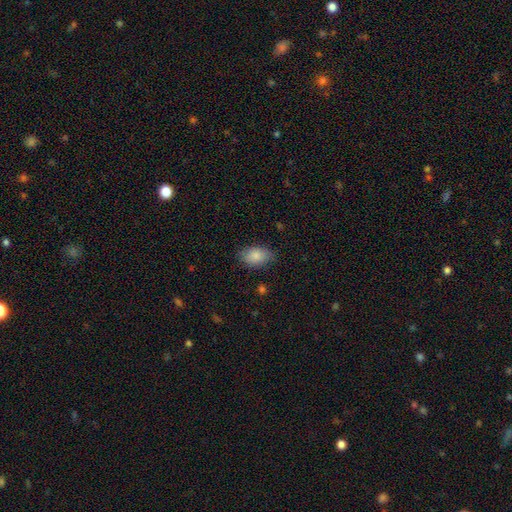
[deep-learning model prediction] Smooth or featured? smooth (86%)
How rounded? in between (86%)
Merging? none (78%)